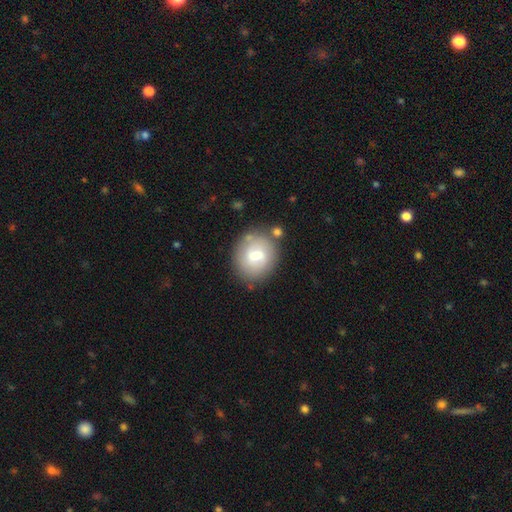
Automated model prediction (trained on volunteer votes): Smooth or featured? smooth (61%)
How rounded? round (69%)
Merging? none (76%)